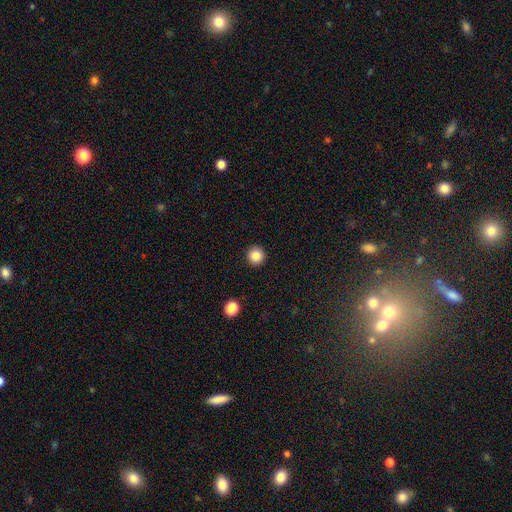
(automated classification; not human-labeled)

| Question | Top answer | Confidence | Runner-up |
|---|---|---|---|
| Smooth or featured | smooth | 86% | star or artifact (10%) |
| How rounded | round | 95% | in between (4%) |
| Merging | none | 93% | minor disturbance (4%) |